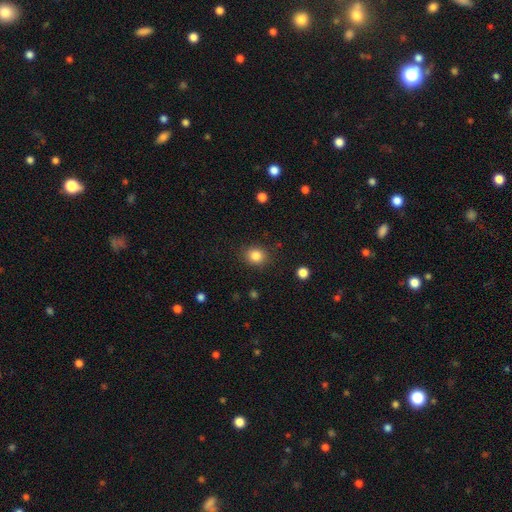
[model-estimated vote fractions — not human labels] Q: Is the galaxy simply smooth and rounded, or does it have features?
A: smooth — 84%.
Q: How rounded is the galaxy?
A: round — 73%.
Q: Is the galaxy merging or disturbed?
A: none — 87%.